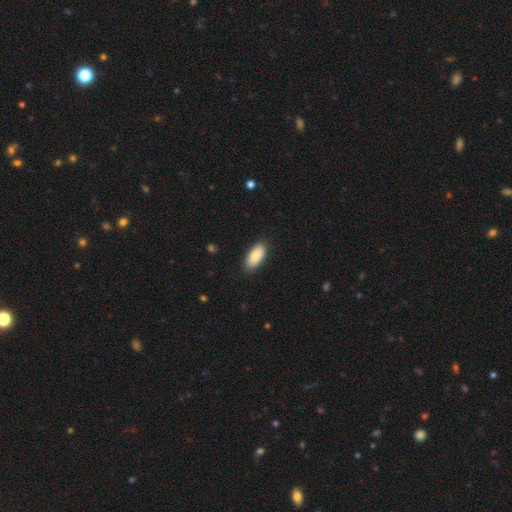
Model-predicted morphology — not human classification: smooth-or-featured: smooth: 87% | featured or disk: 7% | star or artifact: 6%
  how-rounded: in between: 88% | cigar-shaped: 10% | round: 2%
  merging: none: 88% | minor disturbance: 9% | major disturbance: 2% | merger: 1%